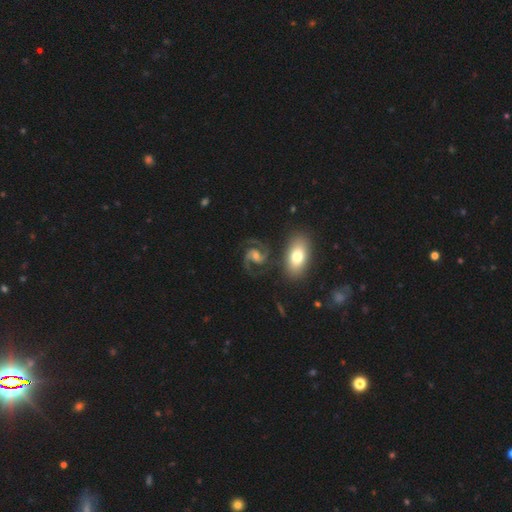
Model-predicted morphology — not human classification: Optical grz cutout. It shows a featured or disk galaxy (89%) with a weak bar (43%), 2 (92%) medium (64%) spiral arms (98%) and a moderate central bulge (46%). Merging: none (73%).